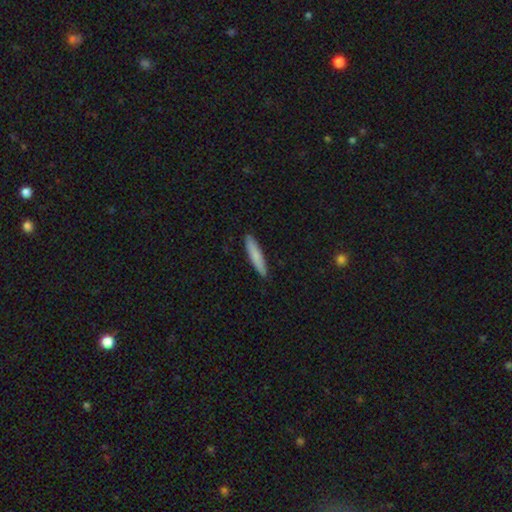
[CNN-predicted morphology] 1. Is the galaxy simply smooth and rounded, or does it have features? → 81% smooth, 14% featured or disk, 5% star or artifact.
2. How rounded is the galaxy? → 89% cigar-shaped, 9% in between, 1% round.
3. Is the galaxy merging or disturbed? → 90% none, 8% minor disturbance, 1% major disturbance, 1% merger.